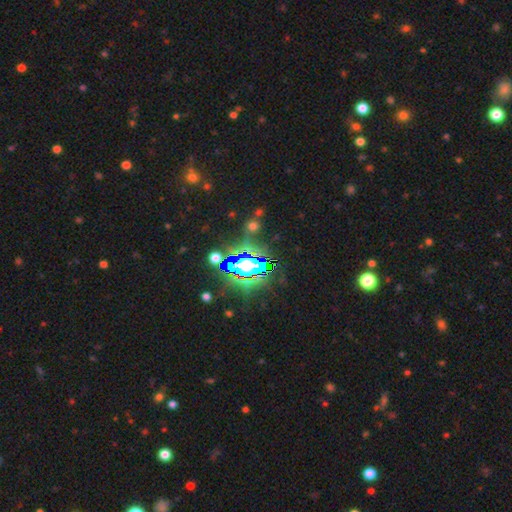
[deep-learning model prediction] A star or artifact, not a galaxy (82%).

Vote fractions:
- Smooth or featured? star or artifact: 82% / smooth: 11% / featured or disk: 8%